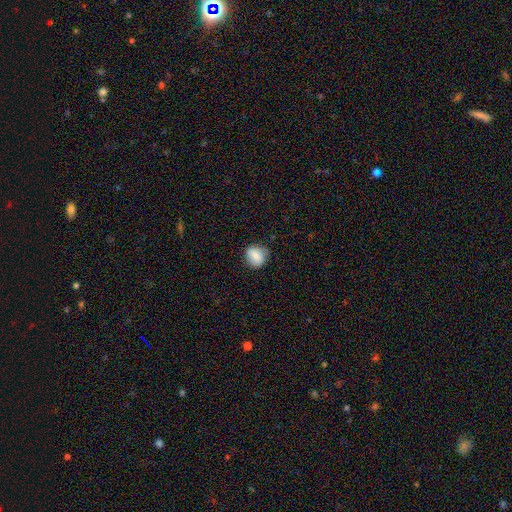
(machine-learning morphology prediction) A smooth galaxy with no disk features (78%) that is round (73%).

Vote fractions:
- Smooth or featured? smooth: 78% / featured or disk: 14% / star or artifact: 8%
- How rounded? round: 73% / in between: 26% / cigar-shaped: 1%
- Merging? none: 73% / minor disturbance: 21% / major disturbance: 5% / merger: 1%